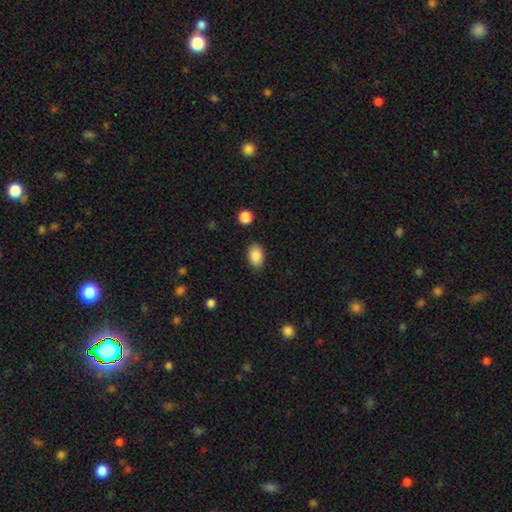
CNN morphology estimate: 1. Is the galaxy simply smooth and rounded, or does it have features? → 88% smooth, 8% star or artifact, 4% featured or disk.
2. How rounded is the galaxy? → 88% in between, 11% round, 1% cigar-shaped.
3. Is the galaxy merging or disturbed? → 86% none, 10% minor disturbance, 3% major disturbance, 1% merger.